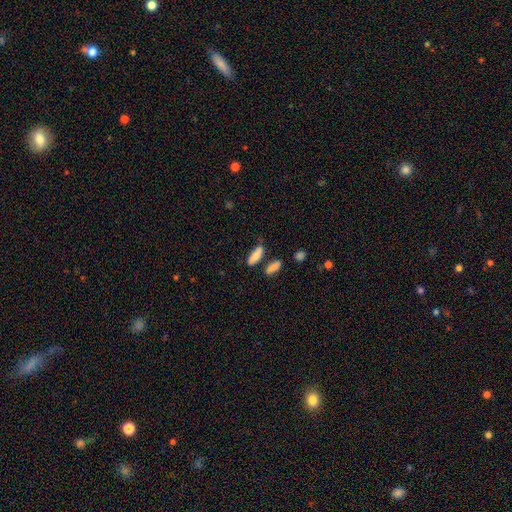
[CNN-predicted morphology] Smooth or featured: smooth — 78% (featured or disk — 15%)
How rounded: in between — 65% (cigar-shaped — 33%)
Merging: none — 66% (minor disturbance — 19%)